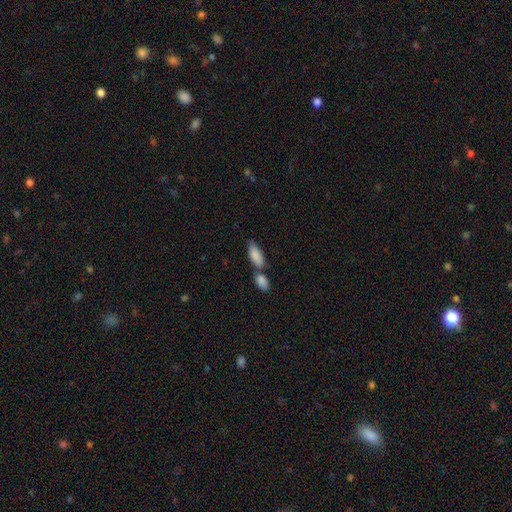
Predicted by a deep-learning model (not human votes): The model was most divided on "merging": merger: 43%, none: 42%, minor disturbance: 11%, major disturbance: 4%. More confident: smooth or featured — smooth (86%); how rounded — in between (83%).